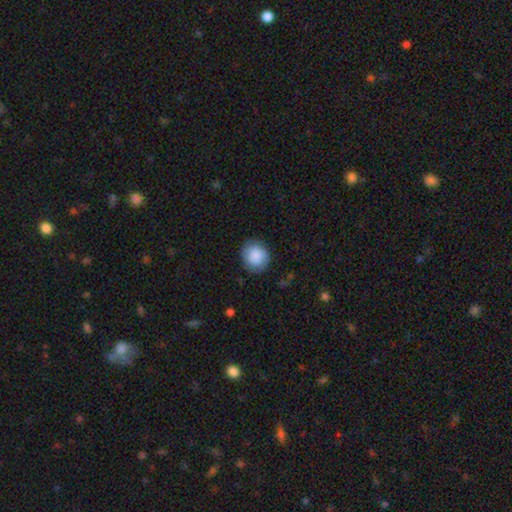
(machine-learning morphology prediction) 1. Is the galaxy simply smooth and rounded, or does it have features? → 83% smooth, 10% featured or disk, 7% star or artifact.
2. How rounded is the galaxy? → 80% round, 19% in between, 1% cigar-shaped.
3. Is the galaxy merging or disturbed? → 82% none, 13% minor disturbance, 4% major disturbance, 1% merger.